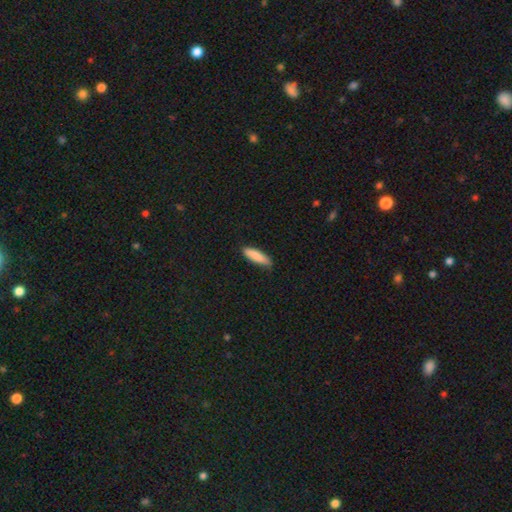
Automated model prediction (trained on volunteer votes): This is clearly a smooth galaxy (87%). How rounded: likely cigar-shaped (63%). Merging: clearly none (80%).